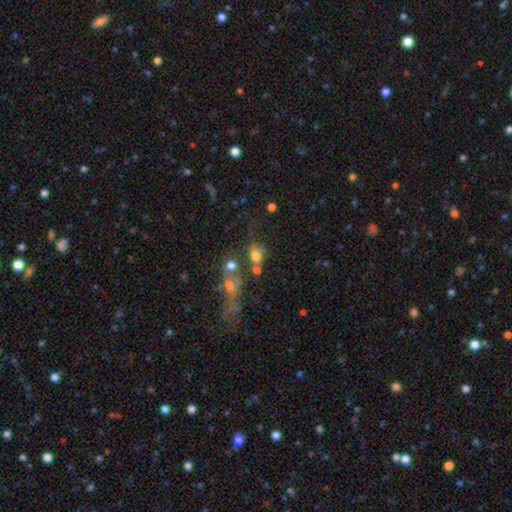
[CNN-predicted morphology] type=smooth (69%); roundness=in between (56%); merging=none (38%).